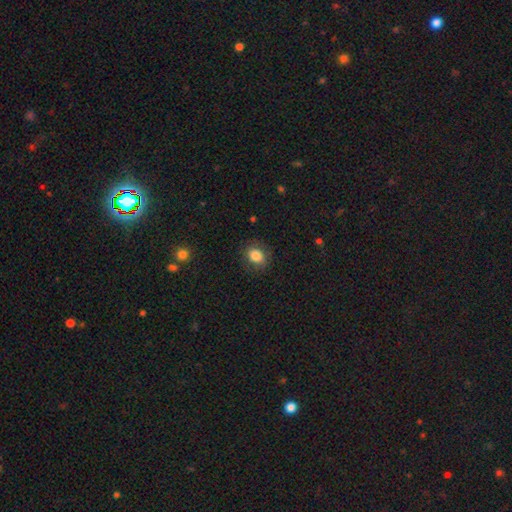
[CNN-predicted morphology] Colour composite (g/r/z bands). It shows a smooth galaxy with no disk features (83%) that is round (50%). Merging: none (83%).